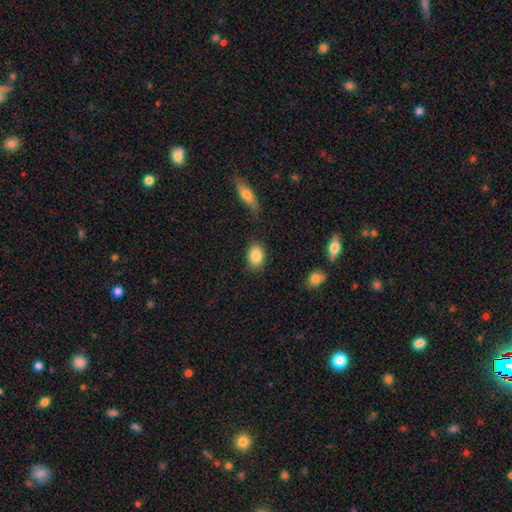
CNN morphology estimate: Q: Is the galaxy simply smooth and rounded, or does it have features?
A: smooth — 86%.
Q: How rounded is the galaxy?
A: in between — 82%.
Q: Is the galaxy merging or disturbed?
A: none — 84%.